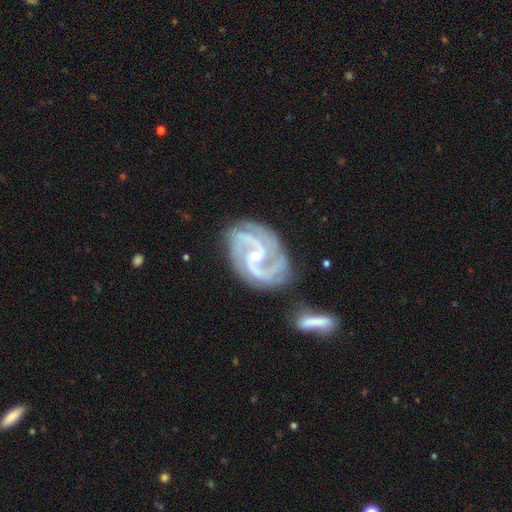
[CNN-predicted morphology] Smooth or featured: featured or disk — 93% (star or artifact — 5%)
Edge-on disk: no — 98% (yes — 2%)
Bar: no — 43% (weak — 40%)
Spiral arms: yes — 98% (no — 2%)
Spiral winding: medium — 57% (tight — 30%)
Spiral arm count: 2 — 68% (3 — 17%)
Bulge size: small — 71% (moderate — 26%)
Merging: none — 64% (minor disturbance — 21%)